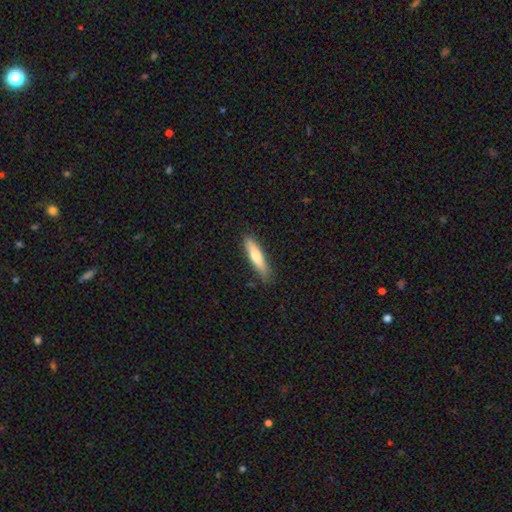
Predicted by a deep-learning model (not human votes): smooth_or_featured: smooth (p=0.71) [alt: featured or disk p=0.24]
how_rounded: cigar-shaped (p=0.83) [alt: in between p=0.16]
merging: none (p=0.85) [alt: minor disturbance p=0.12]